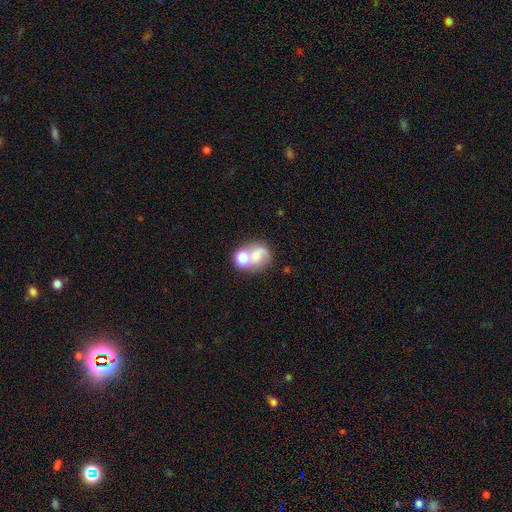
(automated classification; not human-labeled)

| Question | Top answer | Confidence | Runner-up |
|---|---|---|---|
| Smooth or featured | smooth | 58% | featured or disk (29%) |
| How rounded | round | 62% | in between (37%) |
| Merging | merger | 50% | none (29%) |